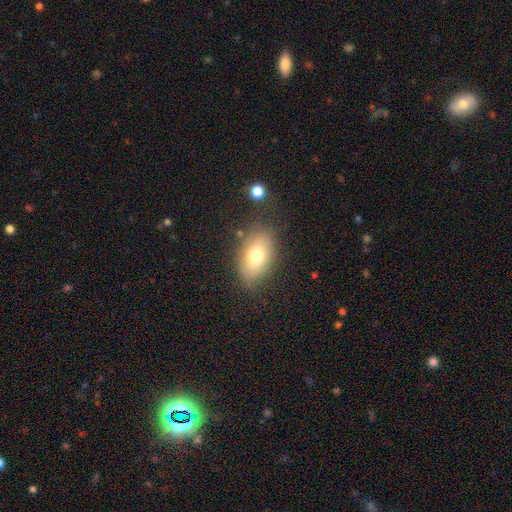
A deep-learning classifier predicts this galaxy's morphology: Smooth or featured? smooth (72%)
How rounded? in between (89%)
Merging? none (77%)